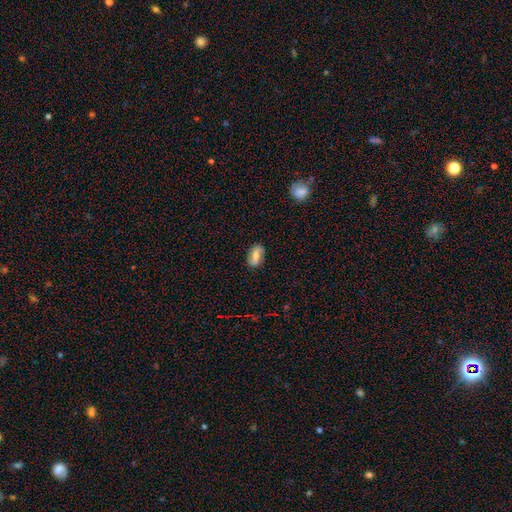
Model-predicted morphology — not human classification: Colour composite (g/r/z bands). It shows a smooth galaxy with no disk features (50%). Merging: none (84%).